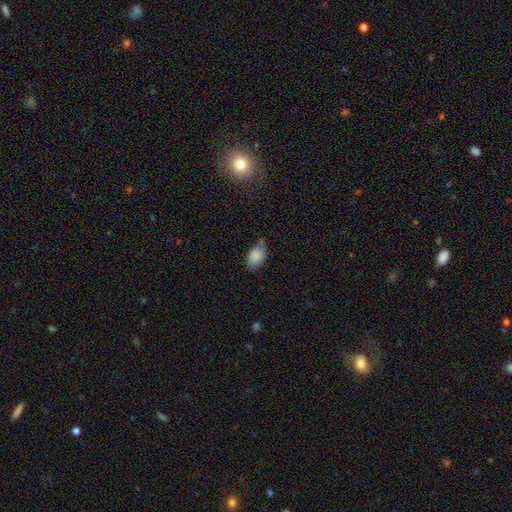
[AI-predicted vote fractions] Q: Smooth or featured?
A: smooth (87%); runner-up: star or artifact (8%)
Q: How rounded?
A: in between (88%); runner-up: round (11%)
Q: Merging?
A: none (54%); runner-up: minor disturbance (34%)